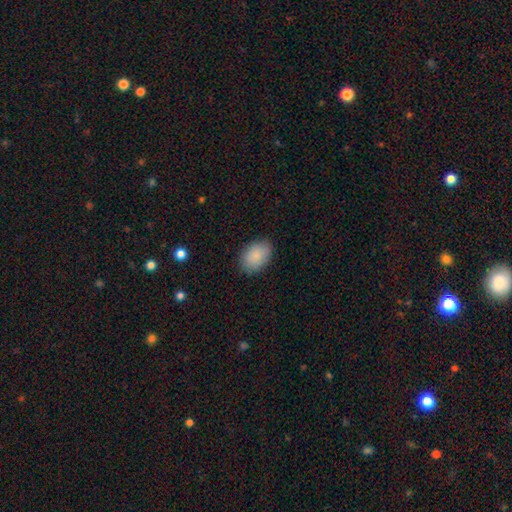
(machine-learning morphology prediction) smooth 88%, star or artifact 7%, featured or disk 5%. Down the decision tree: how rounded — in between (84%); merging — none (86%).